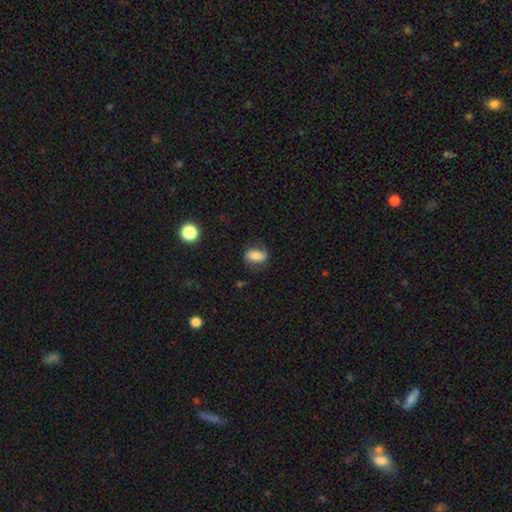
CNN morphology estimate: Smooth or featured? smooth (73%)
How rounded? in between (83%)
Merging? none (71%)